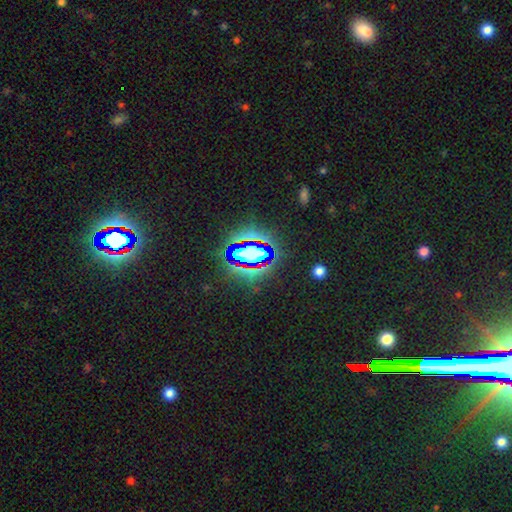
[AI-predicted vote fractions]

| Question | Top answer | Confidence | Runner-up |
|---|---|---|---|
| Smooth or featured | star or artifact | 68% | smooth (20%) |